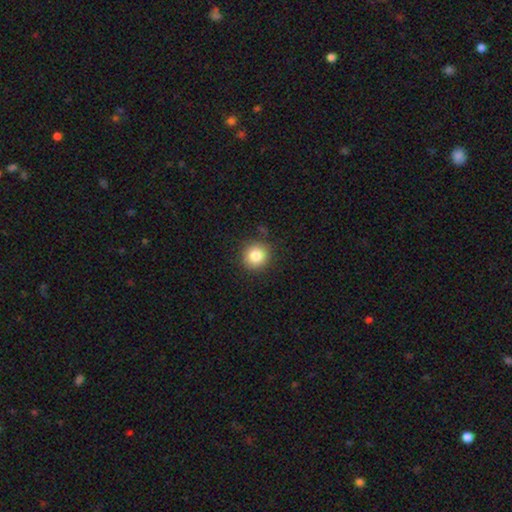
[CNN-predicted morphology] Smooth or featured?
  - smooth: 84% *
  - star or artifact: 10%
  - featured or disk: 6%
How rounded?
  - round: 93% *
  - in between: 6%
  - cigar-shaped: 1%
Merging?
  - none: 87% *
  - minor disturbance: 9%
  - major disturbance: 3%
  - merger: 2%